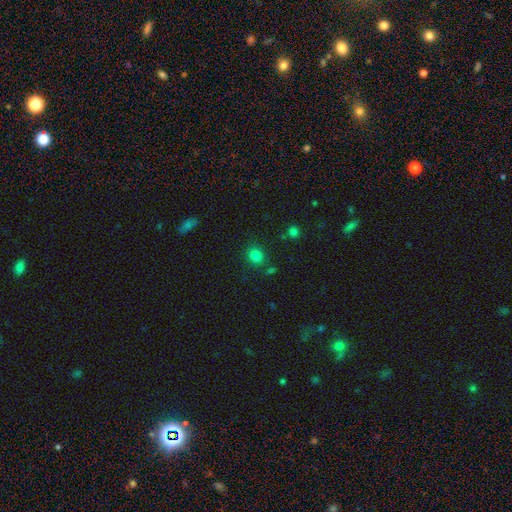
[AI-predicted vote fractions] The model was most divided on "how rounded": round: 75%, in between: 24%, cigar-shaped: 1%. More confident: merging — none (80%); smooth or featured — smooth (80%).